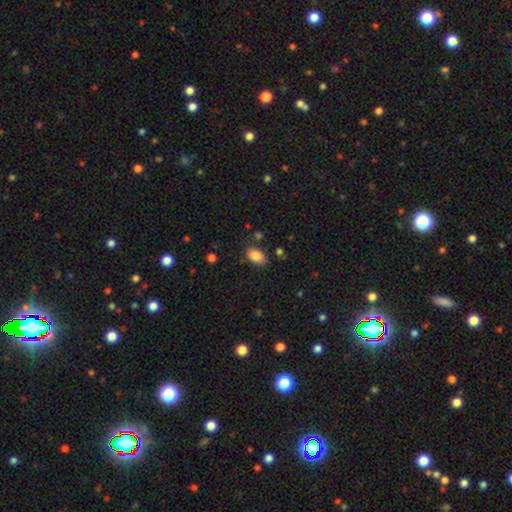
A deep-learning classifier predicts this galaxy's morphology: smooth 85%, star or artifact 8%, featured or disk 6%. Down the decision tree: how rounded — in between (90%); merging — none (80%).